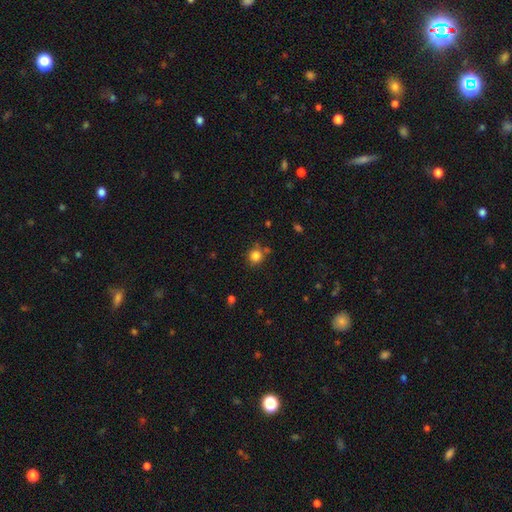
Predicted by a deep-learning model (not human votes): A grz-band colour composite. It shows a smooth galaxy with no disk features (82%) that is round (89%). Merging: none (77%).